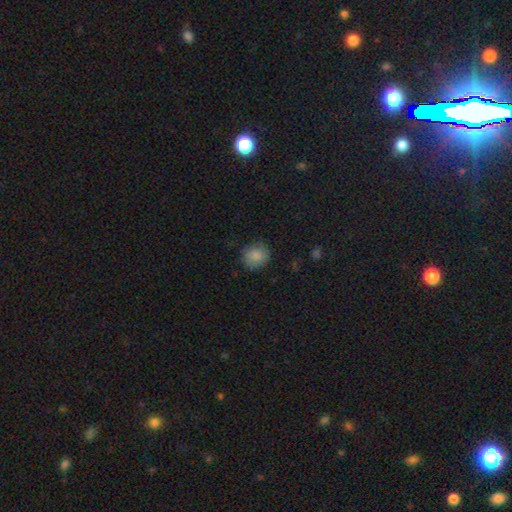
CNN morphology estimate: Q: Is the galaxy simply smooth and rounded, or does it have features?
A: smooth — 86%.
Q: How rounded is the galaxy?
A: round — 83%.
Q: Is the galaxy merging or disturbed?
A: none — 82%.